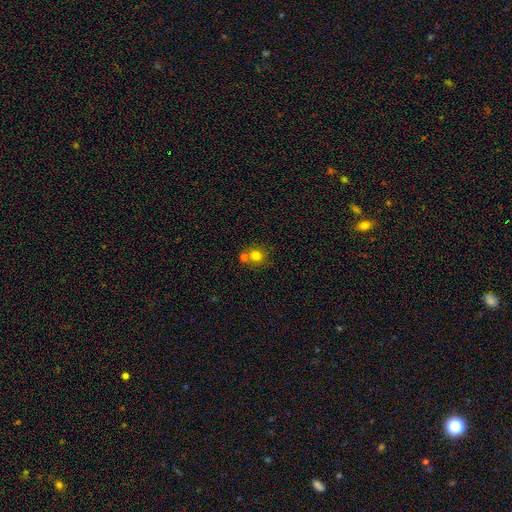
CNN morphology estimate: smooth-or-featured: smooth: 78% | star or artifact: 13% | featured or disk: 10%
  how-rounded: round: 88% | in between: 11% | cigar-shaped: 1%
  merging: none: 56% | merger: 33% | minor disturbance: 8% | major disturbance: 3%